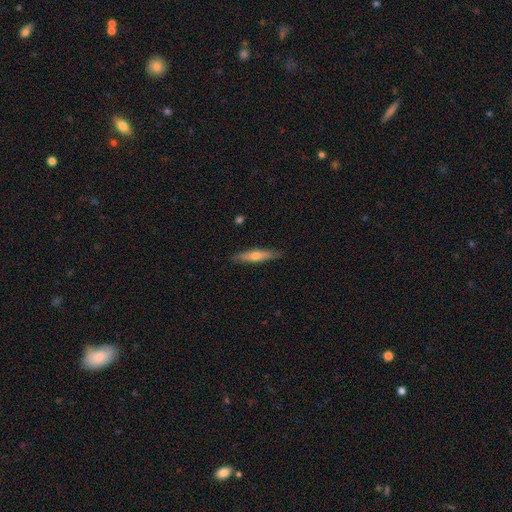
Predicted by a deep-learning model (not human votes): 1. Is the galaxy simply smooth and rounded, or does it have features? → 49% featured or disk, 45% smooth, 6% star or artifact.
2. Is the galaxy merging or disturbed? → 88% none, 9% minor disturbance, 2% major disturbance, 1% merger.